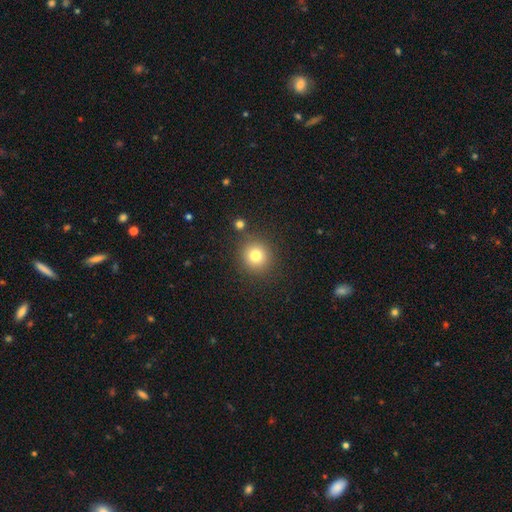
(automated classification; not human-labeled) A smooth galaxy with no disk features (79%) that is round (92%).

Vote fractions:
- Smooth or featured? smooth: 79% / star or artifact: 13% / featured or disk: 8%
- How rounded? round: 92% / in between: 7% / cigar-shaped: 1%
- Merging? none: 85% / minor disturbance: 8% / merger: 4% / major disturbance: 3%